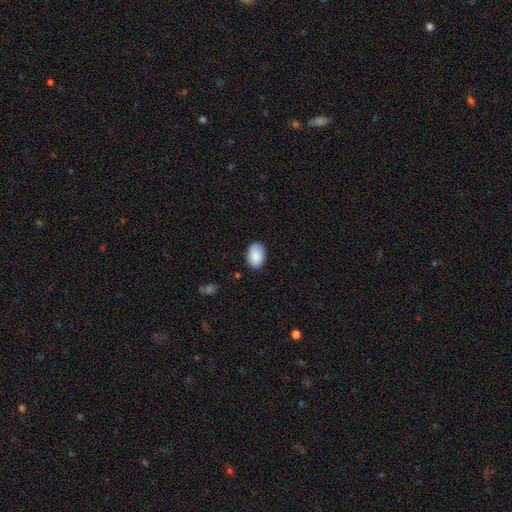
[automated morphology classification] Overall: smooth (89%). How rounded: in between (84%). Merging: none (86%).